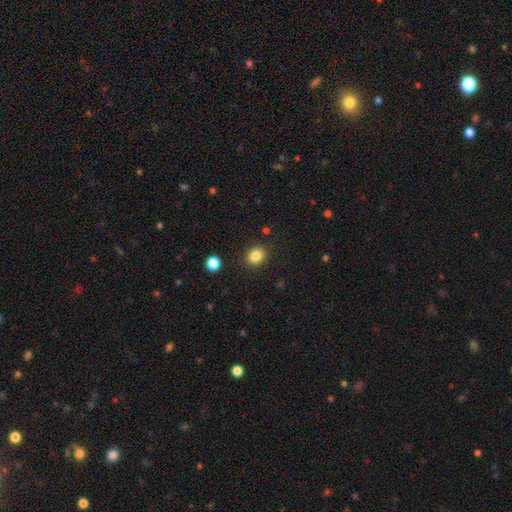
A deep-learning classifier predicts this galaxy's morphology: type=smooth (84%); roundness=round (61%); merging=none (88%).